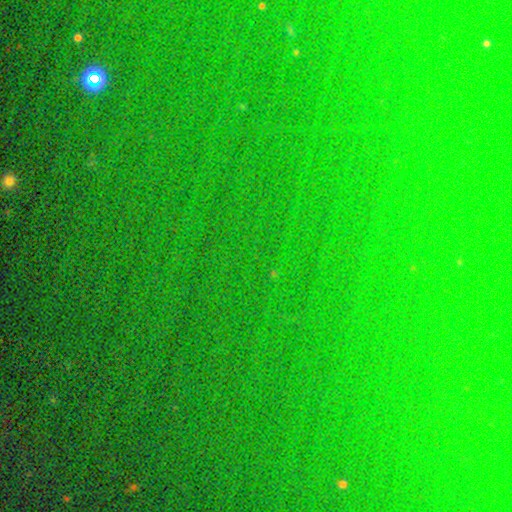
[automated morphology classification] smooth-or-featured: star or artifact: 80% | smooth: 11% | featured or disk: 8%